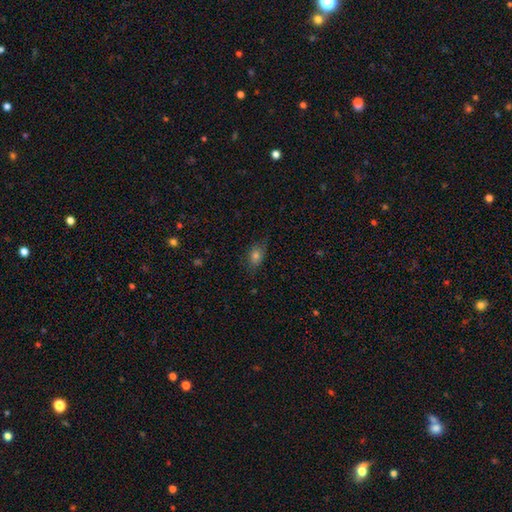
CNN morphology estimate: The model was most divided on "how rounded": in between: 70%, round: 26%, cigar-shaped: 4%. More confident: merging — none (73%); smooth or featured — smooth (65%).